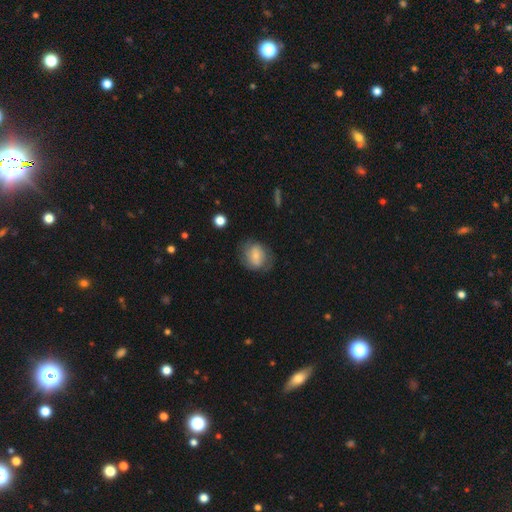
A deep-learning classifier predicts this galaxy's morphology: A smooth galaxy with no disk features (55%) that is round (59%). Merging: none (64%).